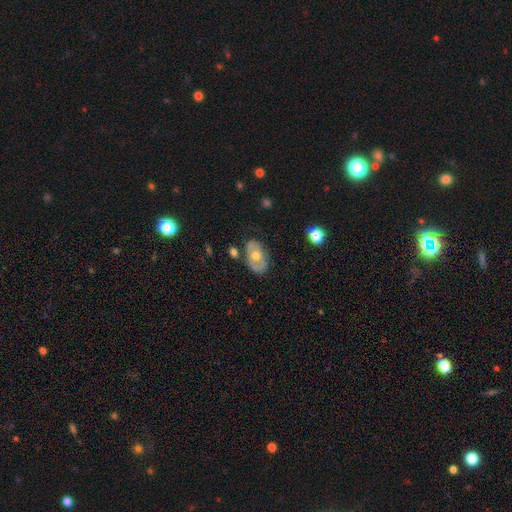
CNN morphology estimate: Smooth or featured? featured or disk (51%)
Edge-on disk? no (91%)
Merging? none (73%)